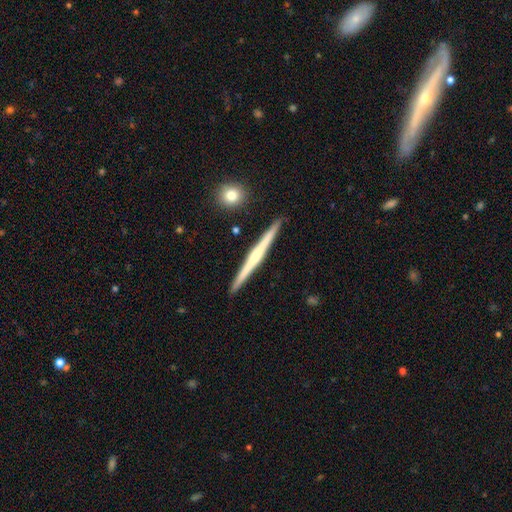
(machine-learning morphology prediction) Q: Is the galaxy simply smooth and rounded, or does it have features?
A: featured or disk — 68%.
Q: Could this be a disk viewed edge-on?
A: yes — 98%.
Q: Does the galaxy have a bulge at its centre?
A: rounded — 47%.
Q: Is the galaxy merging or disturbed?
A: none — 92%.